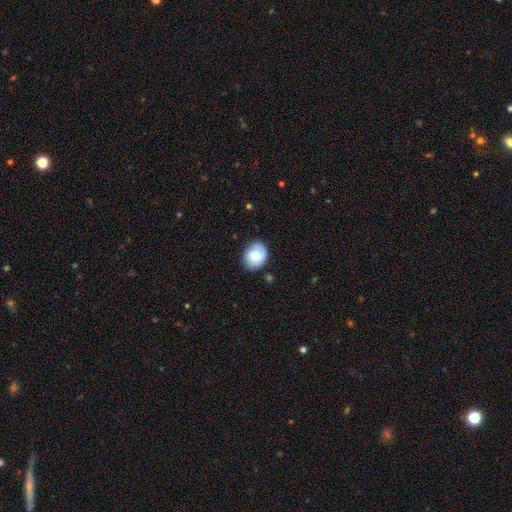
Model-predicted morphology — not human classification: Overall: smooth (78%). How rounded: round (54%; in between 45%). Merging: none (78%).